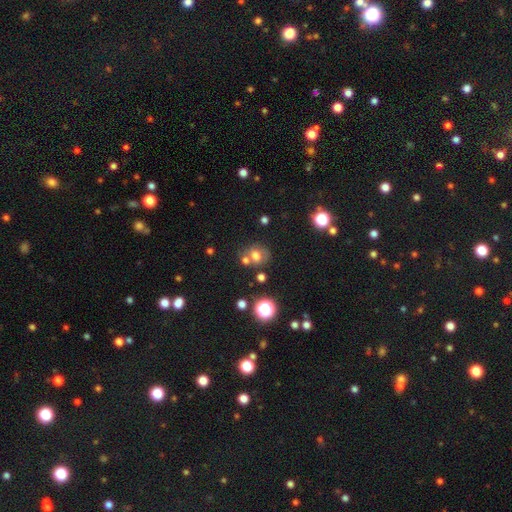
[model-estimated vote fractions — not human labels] A smooth galaxy with no disk features (65%) that is round (70%). Merging: none (53%).